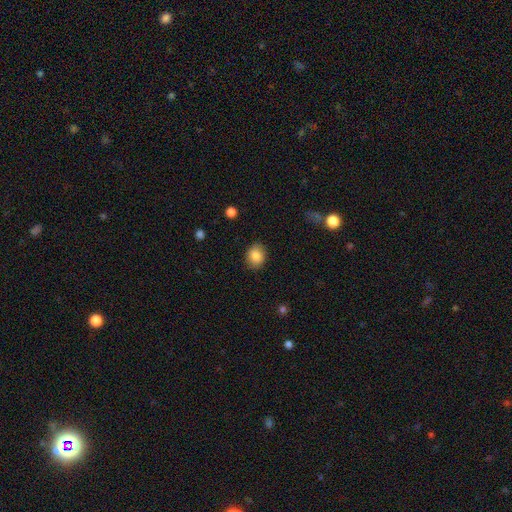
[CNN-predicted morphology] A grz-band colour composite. It shows a smooth galaxy with no disk features (85%) that is round (55%). Merging: none (87%).